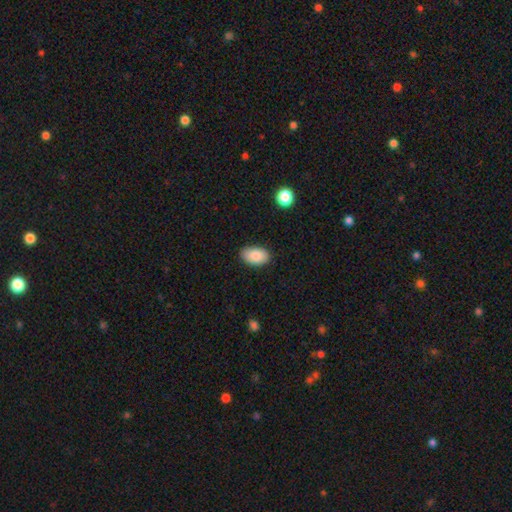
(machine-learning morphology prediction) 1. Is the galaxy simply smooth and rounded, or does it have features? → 86% smooth, 7% featured or disk, 7% star or artifact.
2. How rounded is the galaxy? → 92% in between, 7% round, 1% cigar-shaped.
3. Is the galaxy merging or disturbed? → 84% none, 13% minor disturbance, 2% major disturbance, 1% merger.